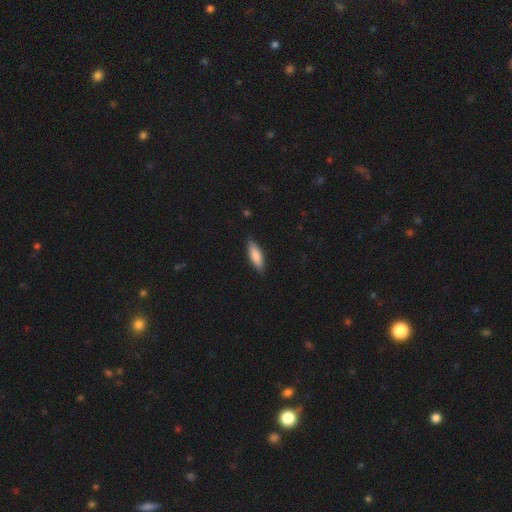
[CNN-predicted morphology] Smooth or featured?
  - smooth: 82% *
  - featured or disk: 13%
  - star or artifact: 6%
How rounded?
  - cigar-shaped: 49% * (tied)
  - in between: 49% * (tied)
  - round: 2%
Merging?
  - none: 87% *
  - minor disturbance: 10%
  - major disturbance: 2%
  - merger: 1%